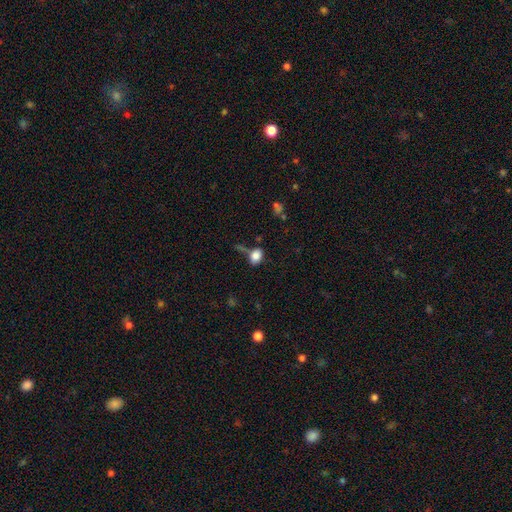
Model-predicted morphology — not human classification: smooth 83%, star or artifact 10%, featured or disk 7%. Down the decision tree: how rounded — in between (72%); merging — none (55%).